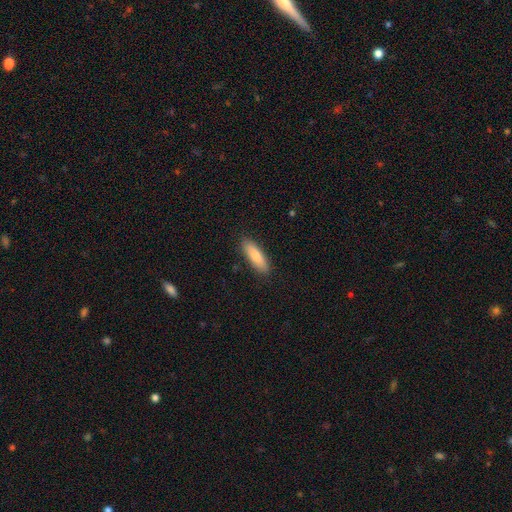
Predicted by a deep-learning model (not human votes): This is clearly a smooth galaxy (85%). How rounded: possibly cigar-shaped (55%). Merging: clearly none (88%).